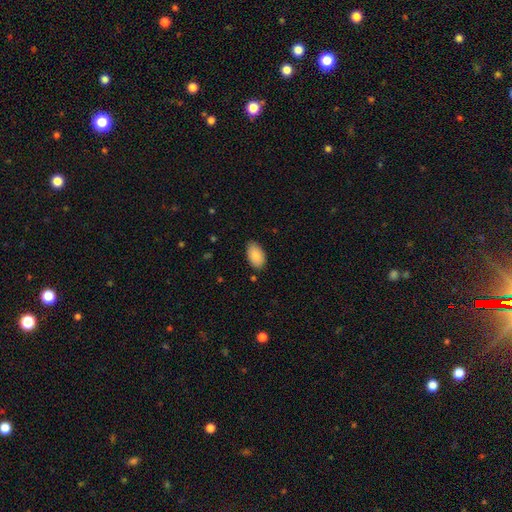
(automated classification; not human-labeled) smooth 88%, star or artifact 6%, featured or disk 6%. Down the decision tree: how rounded — in between (95%); merging — none (83%).